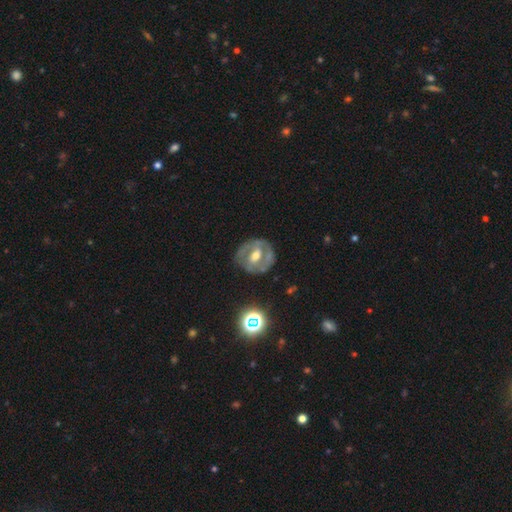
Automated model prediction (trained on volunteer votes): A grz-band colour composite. It shows a featured or disk galaxy (70%) with a weak bar (42%), spiral arms (53%) and a moderate central bulge (68%). Merging: none (75%).